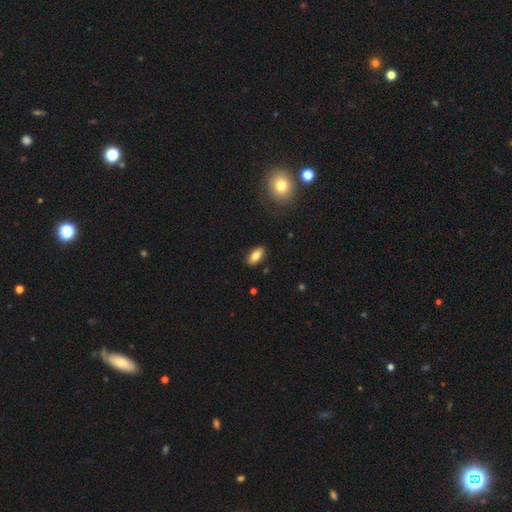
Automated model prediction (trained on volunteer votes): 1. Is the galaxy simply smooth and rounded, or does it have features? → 78% smooth, 15% featured or disk, 7% star or artifact.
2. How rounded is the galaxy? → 87% in between, 10% cigar-shaped, 3% round.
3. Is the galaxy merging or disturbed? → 87% none, 9% minor disturbance, 2% major disturbance, 1% merger.